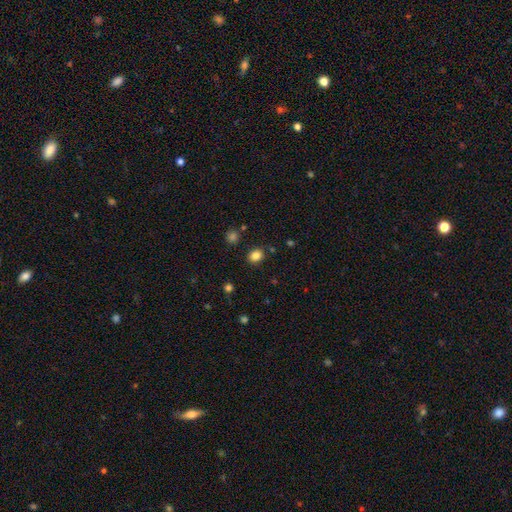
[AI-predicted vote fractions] smooth_or_featured: smooth (p=0.84) [alt: star or artifact p=0.12]
how_rounded: round (p=0.65) [alt: in between p=0.34]
merging: none (p=0.87) [alt: minor disturbance p=0.08]